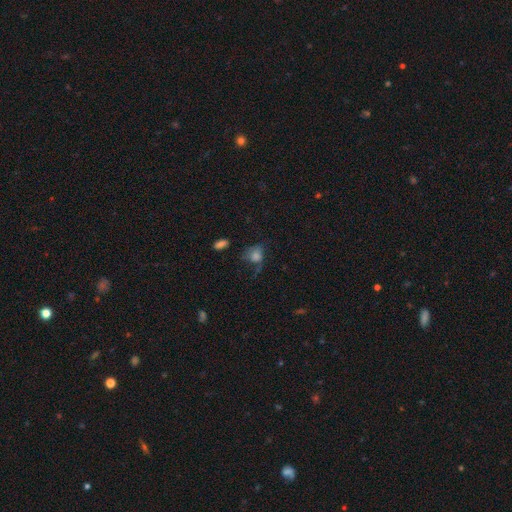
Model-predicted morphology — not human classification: Smooth or featured? Predicted: smooth (p=0.68). How rounded? Predicted: round (p=0.51). Merging? Predicted: none (p=0.36).